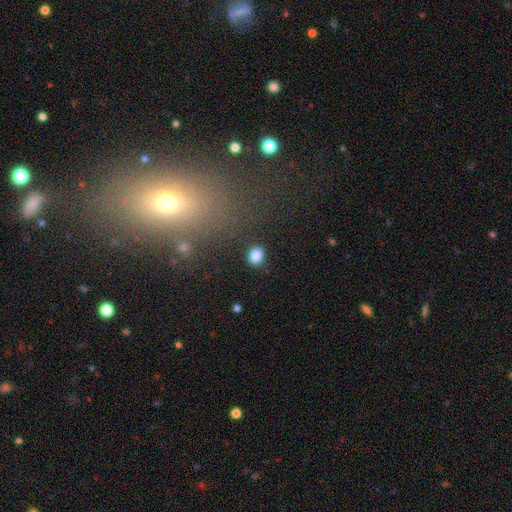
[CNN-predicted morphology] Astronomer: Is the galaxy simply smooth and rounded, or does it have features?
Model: smooth — 85%.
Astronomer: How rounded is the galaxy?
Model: round — 63%.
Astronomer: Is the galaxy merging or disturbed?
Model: none — 87%.